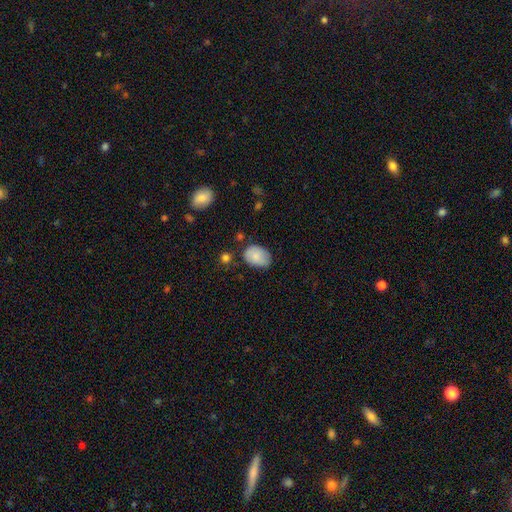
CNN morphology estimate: Q: Smooth or featured?
A: smooth (84%); runner-up: featured or disk (9%)
Q: How rounded?
A: in between (77%); runner-up: round (22%)
Q: Merging?
A: none (61%); runner-up: minor disturbance (30%)